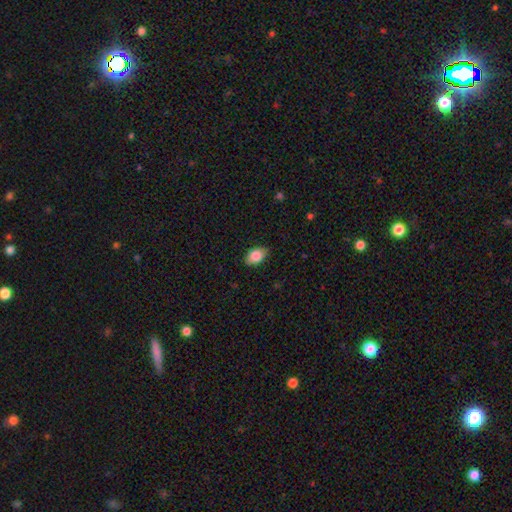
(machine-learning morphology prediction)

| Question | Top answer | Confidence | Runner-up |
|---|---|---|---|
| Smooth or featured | smooth | 85% | featured or disk (8%) |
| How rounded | in between | 86% | round (12%) |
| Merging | none | 83% | minor disturbance (14%) |